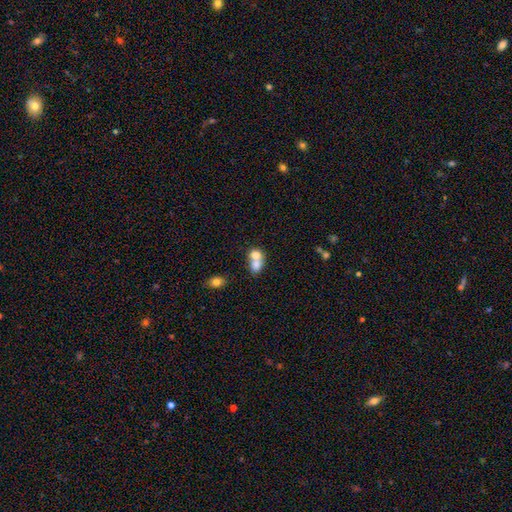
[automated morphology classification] Smooth or featured? smooth (73%)
How rounded? in between (49%, tied with round)
Merging? merger (71%)